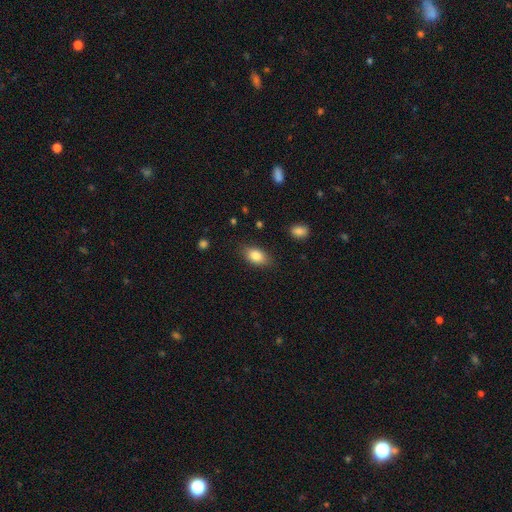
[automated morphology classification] The model was most divided on "merging": none: 82%, minor disturbance: 13%, major disturbance: 3%, merger: 1%. More confident: how rounded — in between (88%); smooth or featured — smooth (84%).